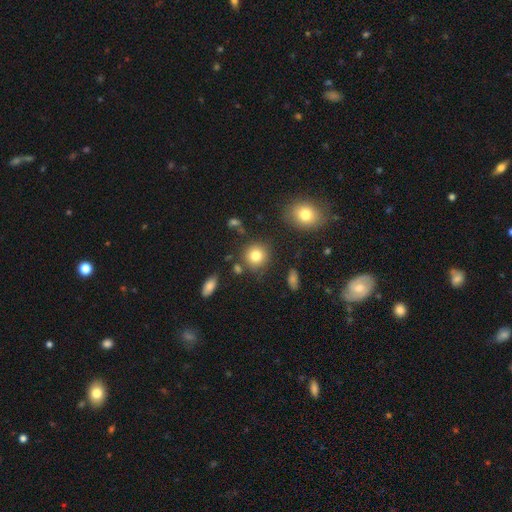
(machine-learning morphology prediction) Smooth or featured?
  - smooth: 80% *
  - star or artifact: 12%
  - featured or disk: 8%
How rounded?
  - round: 90% *
  - in between: 9%
  - cigar-shaped: 1%
Merging?
  - none: 82% *
  - minor disturbance: 10%
  - merger: 5%
  - major disturbance: 3%